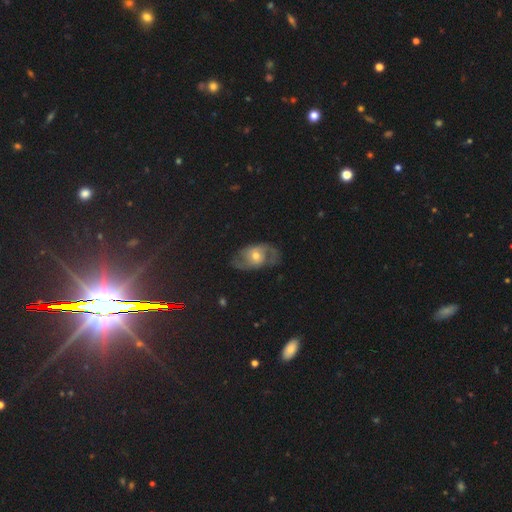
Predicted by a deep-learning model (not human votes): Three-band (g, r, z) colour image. It shows a featured or disk galaxy (72%) with no bar (62%), 2 (81%) medium (46%) spiral arms (84%) and a moderate central bulge (61%). Merging: none (68%).